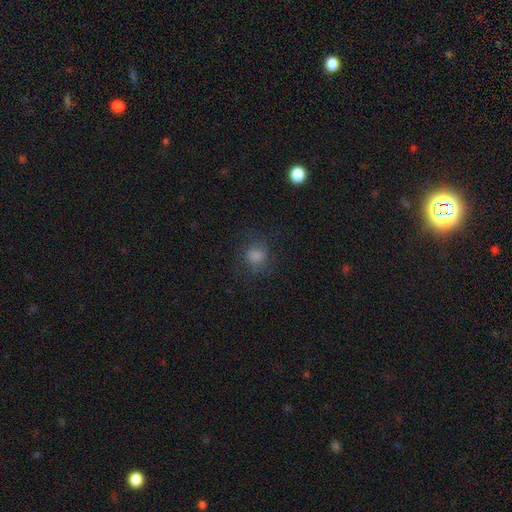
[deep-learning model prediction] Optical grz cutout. It shows a smooth galaxy with no disk features (68%) that is round (85%). Merging: none (76%).